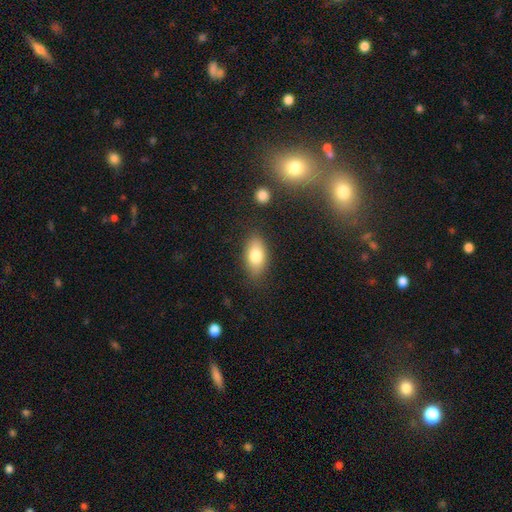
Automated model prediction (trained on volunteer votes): smooth-or-featured: smooth: 79% | featured or disk: 14% | star or artifact: 7%
  how-rounded: in between: 90% | cigar-shaped: 5% | round: 5%
  merging: none: 82% | minor disturbance: 13% | major disturbance: 3% | merger: 2%